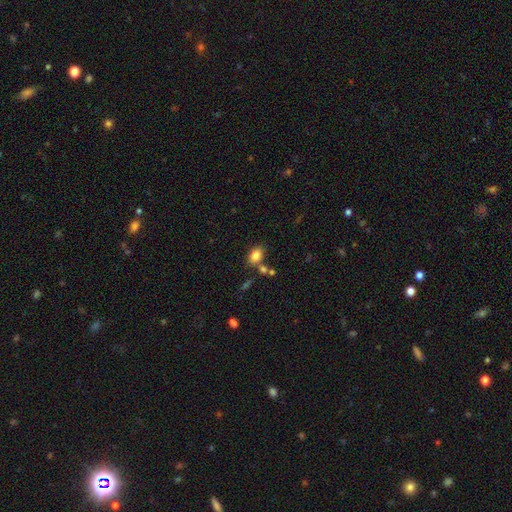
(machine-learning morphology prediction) This appears to be a smooth galaxy with no disk features (82%) that is in between round and cigar-shaped (83%). Merging: none (68%).